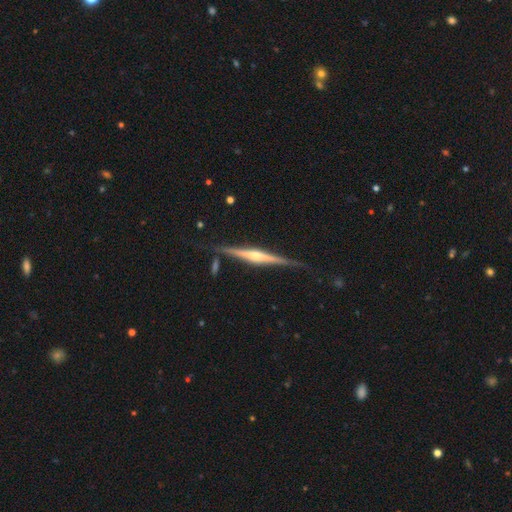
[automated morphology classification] featured or disk 83%, smooth 11%, star or artifact 5%. Down the decision tree: edge-on disk — yes (98%); edge-on bulge — rounded (79%); merging — none (81%).